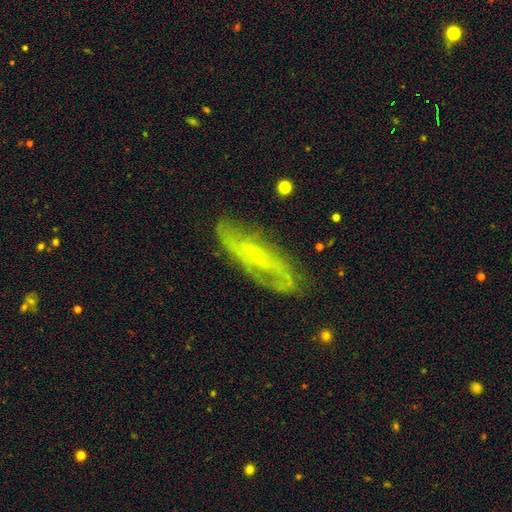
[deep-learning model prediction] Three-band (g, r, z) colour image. It shows a featured or disk galaxy (76%) with a weak bar (43%), 2 (59%) medium (41%) spiral arms (84%) and a small central bulge (75%). Merging: none (71%).